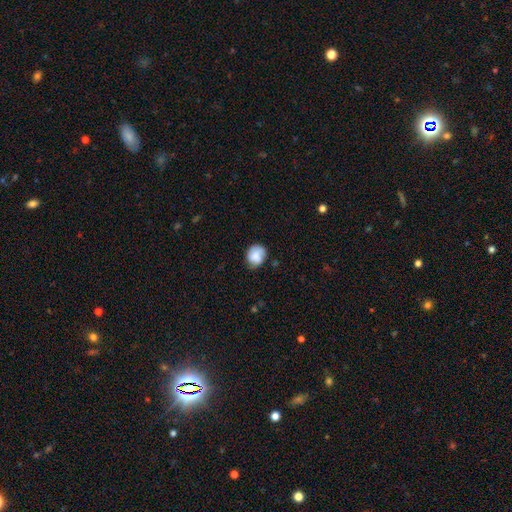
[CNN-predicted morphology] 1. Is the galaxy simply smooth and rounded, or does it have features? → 71% smooth, 21% featured or disk, 8% star or artifact.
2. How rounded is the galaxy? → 66% round, 33% in between, 1% cigar-shaped.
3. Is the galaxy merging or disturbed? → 62% none, 27% minor disturbance, 9% major disturbance, 3% merger.